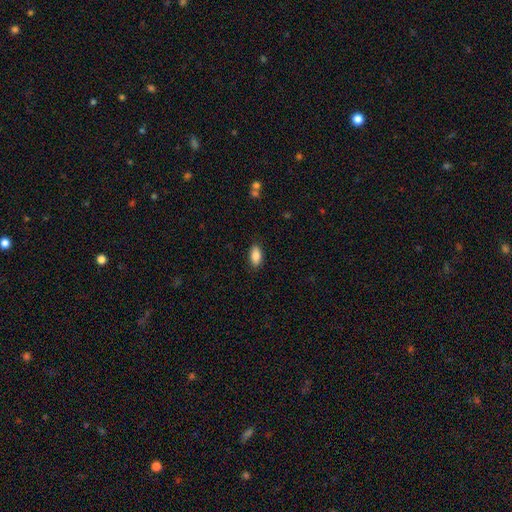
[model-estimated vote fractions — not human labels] Smooth or featured: smooth — 86% (star or artifact — 7%)
How rounded: in between — 91% (cigar-shaped — 6%)
Merging: none — 86% (minor disturbance — 10%)